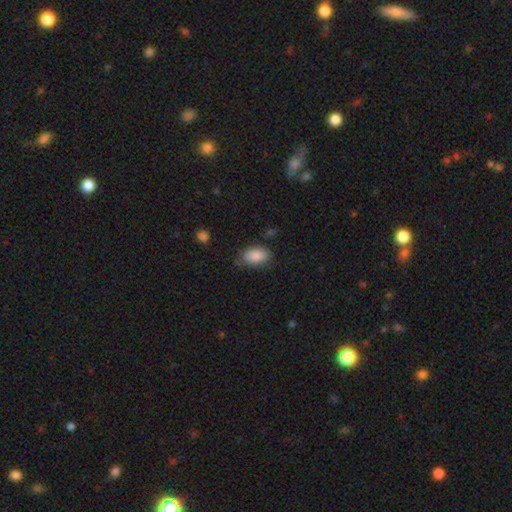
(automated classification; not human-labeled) A smooth galaxy with no disk features (85%) that is in between round and cigar-shaped (91%).

Vote fractions:
- Smooth or featured? smooth: 85% / featured or disk: 8% / star or artifact: 7%
- How rounded? in between: 91% / round: 7% / cigar-shaped: 2%
- Merging? none: 70% / minor disturbance: 22% / major disturbance: 5% / merger: 2%